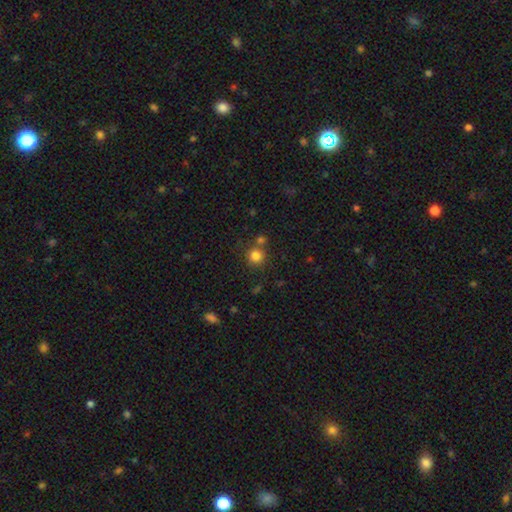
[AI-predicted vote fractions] Smooth or featured?
  - smooth: 82% *
  - star or artifact: 13%
  - featured or disk: 6%
How rounded?
  - round: 92% *
  - in between: 7%
  - cigar-shaped: 1%
Merging?
  - none: 70% *
  - merger: 18%
  - minor disturbance: 9%
  - major disturbance: 3%